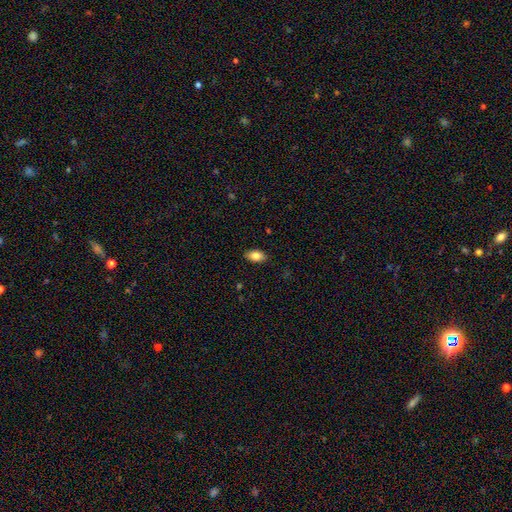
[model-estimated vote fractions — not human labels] The model was most divided on "smooth or featured": smooth: 83%, featured or disk: 9%, star or artifact: 8%. More confident: how rounded — in between (91%); merging — none (88%).